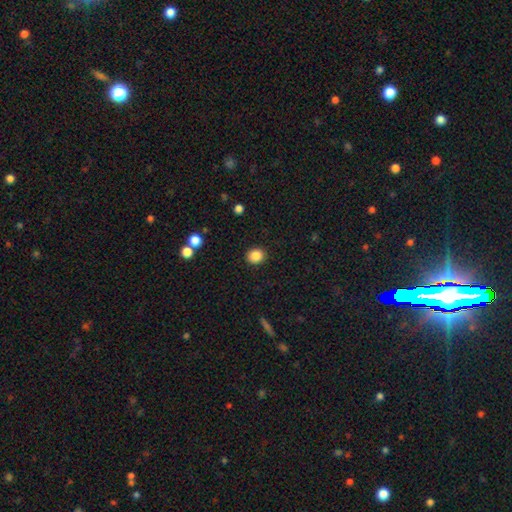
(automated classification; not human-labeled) smooth 86%, star or artifact 10%, featured or disk 4%. Down the decision tree: how rounded — round (74%); merging — none (90%).